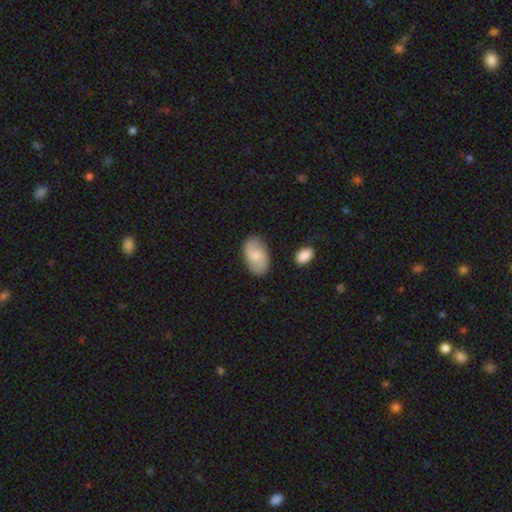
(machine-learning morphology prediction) Smooth or featured: smooth — 56% (featured or disk — 37%)
How rounded: in between — 92% (round — 6%)
Merging: none — 81% (minor disturbance — 13%)